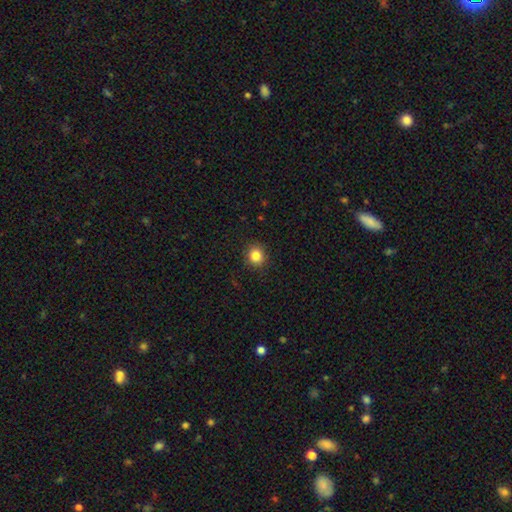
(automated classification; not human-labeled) Q: Smooth or featured?
A: smooth (84%); runner-up: star or artifact (11%)
Q: How rounded?
A: round (85%); runner-up: in between (14%)
Q: Merging?
A: none (91%); runner-up: minor disturbance (6%)